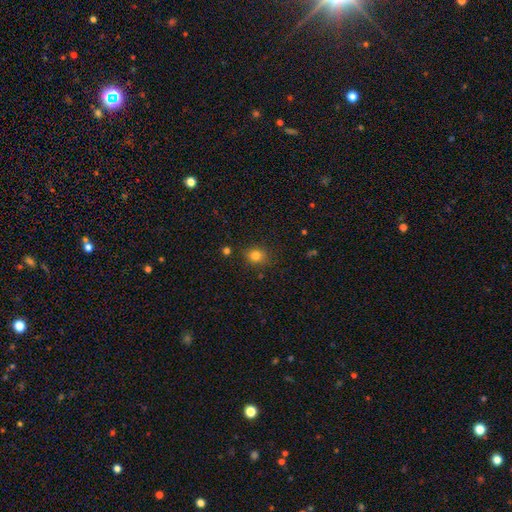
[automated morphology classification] smooth_or_featured: smooth (p=0.80) [alt: star or artifact p=0.14]
how_rounded: round (p=0.69) [alt: in between p=0.30]
merging: none (p=0.83) [alt: minor disturbance p=0.11]